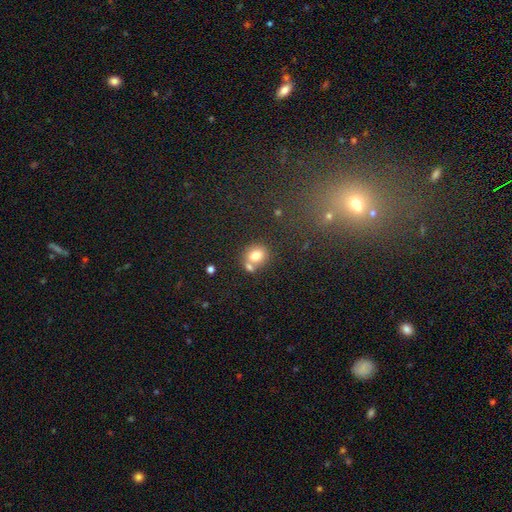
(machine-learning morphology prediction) smooth-or-featured: smooth: 77% | featured or disk: 12% | star or artifact: 11%
  how-rounded: round: 63% | in between: 36% | cigar-shaped: 1%
  merging: none: 51% | merger: 34% | minor disturbance: 11% | major disturbance: 4%